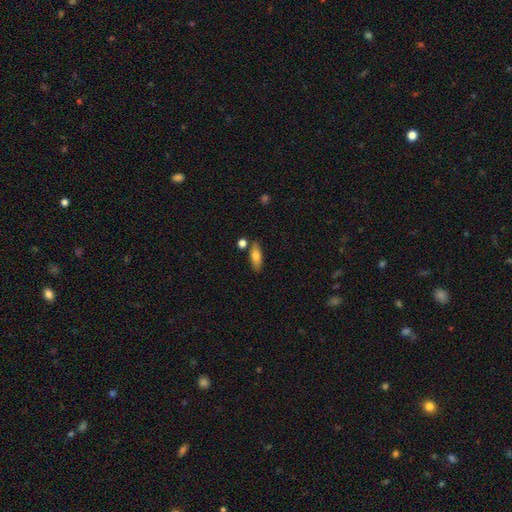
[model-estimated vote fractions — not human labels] smooth-or-featured: smooth: 74% | featured or disk: 18% | star or artifact: 7%
  how-rounded: in between: 66% | cigar-shaped: 30% | round: 3%
  merging: none: 77% | minor disturbance: 12% | merger: 8% | major disturbance: 3%